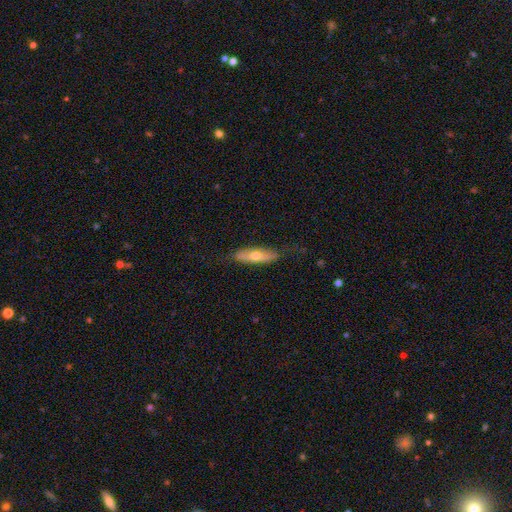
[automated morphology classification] smooth-or-featured: smooth: 51% | featured or disk: 44% | star or artifact: 6%
  how-rounded: cigar-shaped: 65% | in between: 33% | round: 2%
  merging: none: 74% | minor disturbance: 20% | major disturbance: 5% | merger: 1%